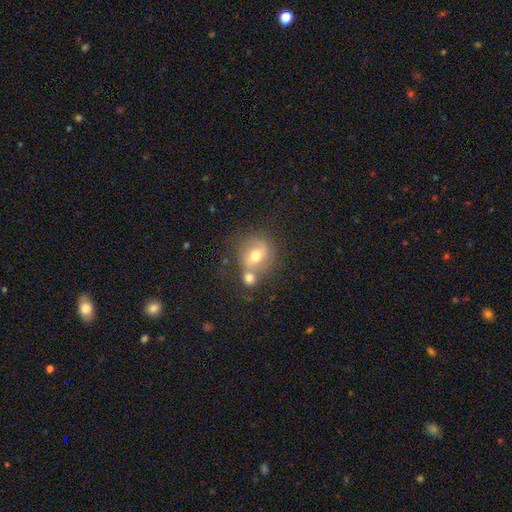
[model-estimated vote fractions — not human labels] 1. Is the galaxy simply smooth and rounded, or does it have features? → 51% smooth, 35% featured or disk, 14% star or artifact.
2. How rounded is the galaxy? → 79% round, 20% in between, 1% cigar-shaped.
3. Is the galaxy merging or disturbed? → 52% none, 29% merger, 13% minor disturbance, 6% major disturbance.